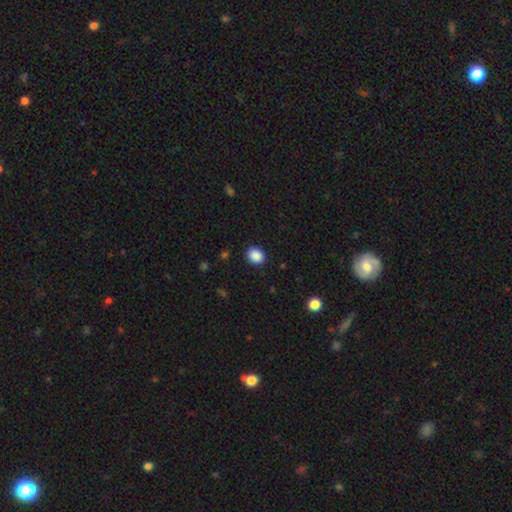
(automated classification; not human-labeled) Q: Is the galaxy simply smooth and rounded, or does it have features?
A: smooth — 89%.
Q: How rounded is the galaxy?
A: round — 61%.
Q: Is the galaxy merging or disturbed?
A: none — 90%.